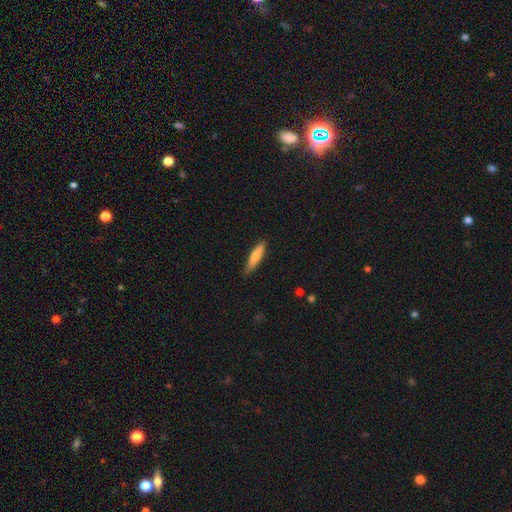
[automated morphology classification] Overall: smooth (76%). How rounded: cigar-shaped (79%). Merging: none (82%).